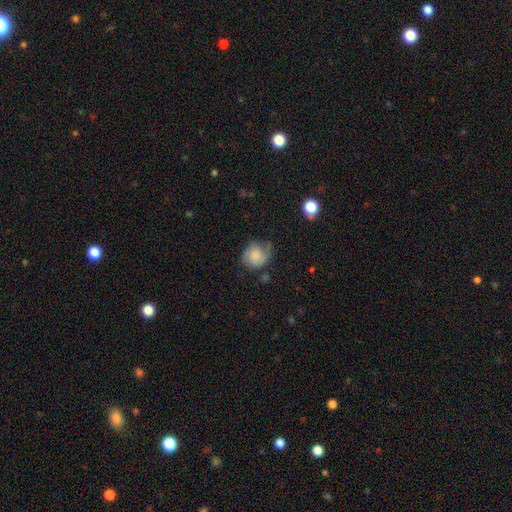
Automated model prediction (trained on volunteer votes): smooth-or-featured: smooth: 60% | featured or disk: 31% | star or artifact: 9%
  how-rounded: round: 71% | in between: 28% | cigar-shaped: 1%
  merging: none: 50% | minor disturbance: 33% | major disturbance: 15% | merger: 3%